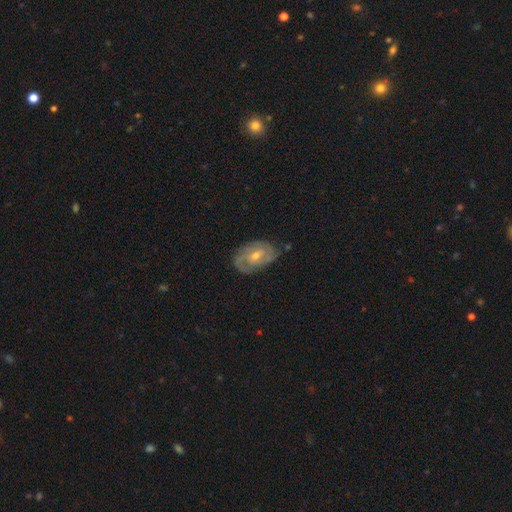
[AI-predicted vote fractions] featured or disk 74%, smooth 19%, star or artifact 7%. Down the decision tree: edge-on disk — no (96%); bar — no (53%); spiral arms — yes (87%); spiral arm count — 2 (40%); spiral winding — tight (53%); bulge size — moderate (51%); merging — none (69%).